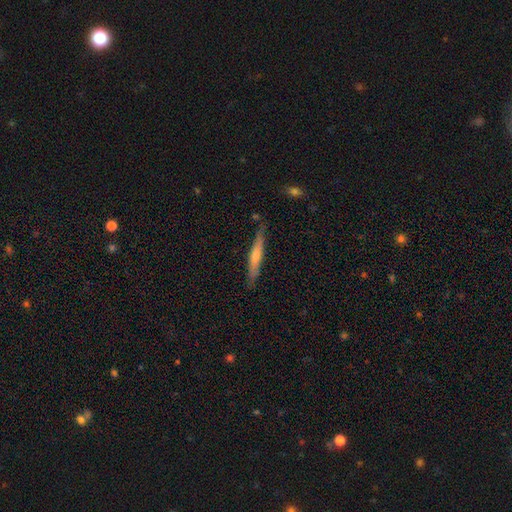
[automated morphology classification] Overall: featured or disk (51%; smooth 43%). Edge-on disk: yes (94%). Merging: none (83%).